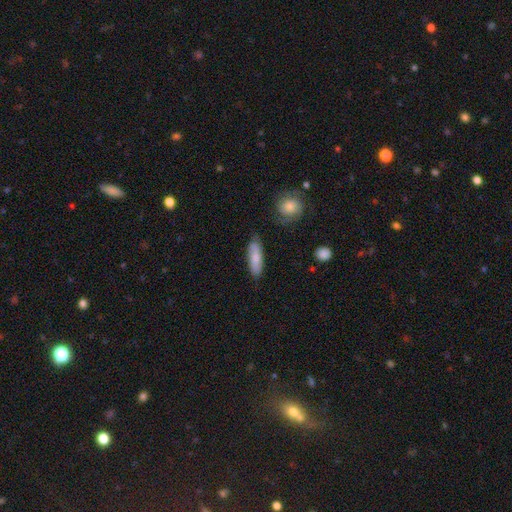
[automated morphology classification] The model was most divided on "how rounded": cigar-shaped: 52%, in between: 46%, round: 2%. More confident: smooth or featured — smooth (76%); merging — none (75%).